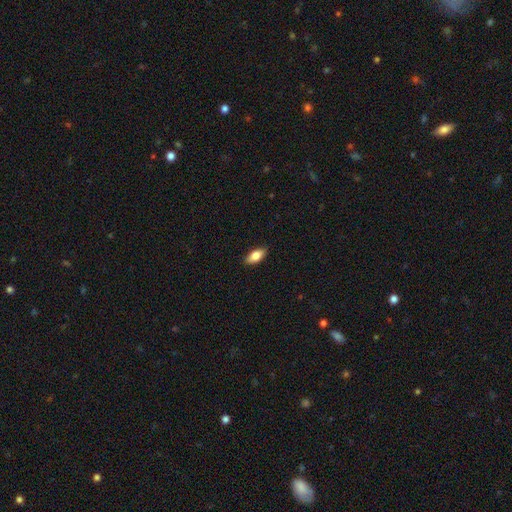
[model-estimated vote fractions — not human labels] smooth-or-featured: smooth: 79% | featured or disk: 15% | star or artifact: 6%
  how-rounded: in between: 87% | cigar-shaped: 10% | round: 3%
  merging: none: 88% | minor disturbance: 9% | major disturbance: 2% | merger: 1%